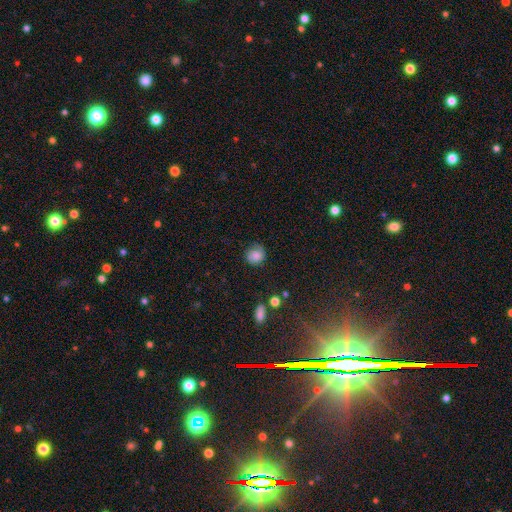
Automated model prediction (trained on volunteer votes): Overall: smooth (78%). How rounded: round (83%). Merging: none (71%).